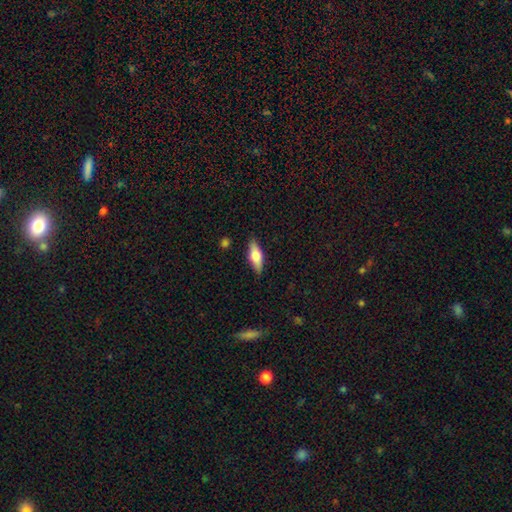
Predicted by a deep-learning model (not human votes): Smooth or featured?
  - smooth: 59% *
  - featured or disk: 35%
  - star or artifact: 6%
How rounded?
  - in between: 63% *
  - cigar-shaped: 34%
  - round: 3%
Merging?
  - none: 86% *
  - minor disturbance: 11%
  - major disturbance: 2%
  - merger: 1%